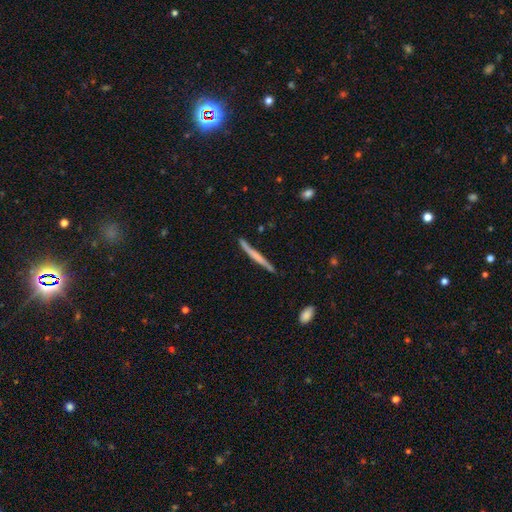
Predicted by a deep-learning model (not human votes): Smooth or featured? Predicted: featured or disk (p=0.52). Edge-on disk? Predicted: yes (p=0.97). Edge-on bulge? Predicted: none (p=0.68). Merging? Predicted: none (p=0.85).